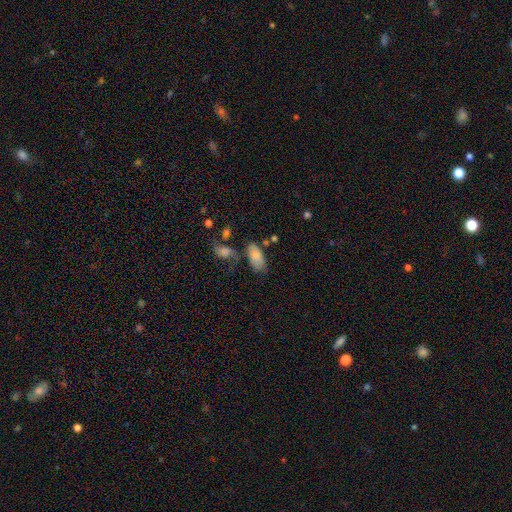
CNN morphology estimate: Smooth or featured? smooth (77%)
How rounded? in between (91%)
Merging? none (46%)